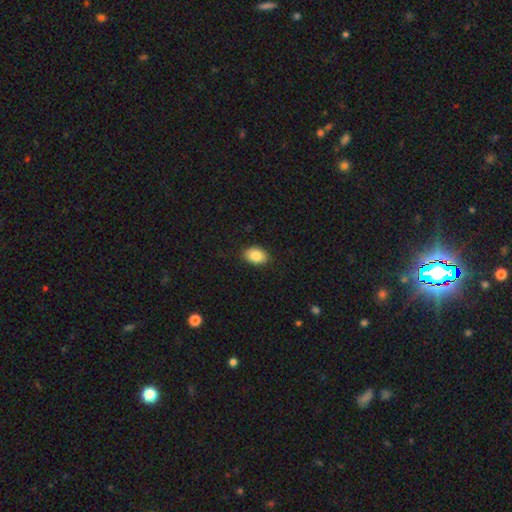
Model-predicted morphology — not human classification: smooth 88%, star or artifact 7%, featured or disk 5%. Down the decision tree: how rounded — in between (85%); merging — none (87%).